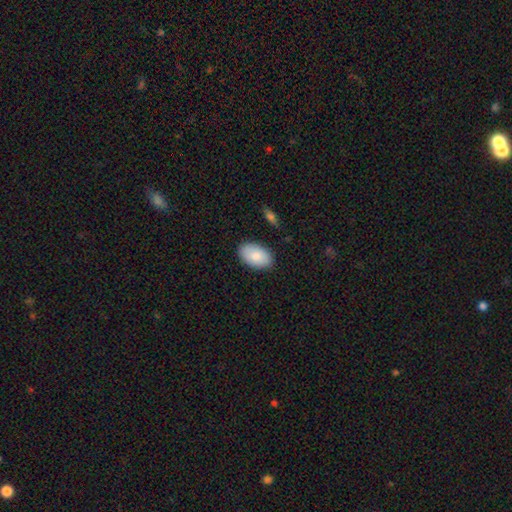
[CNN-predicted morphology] This is clearly a smooth galaxy (86%). How rounded: clearly in between (93%). Merging: clearly none (85%).